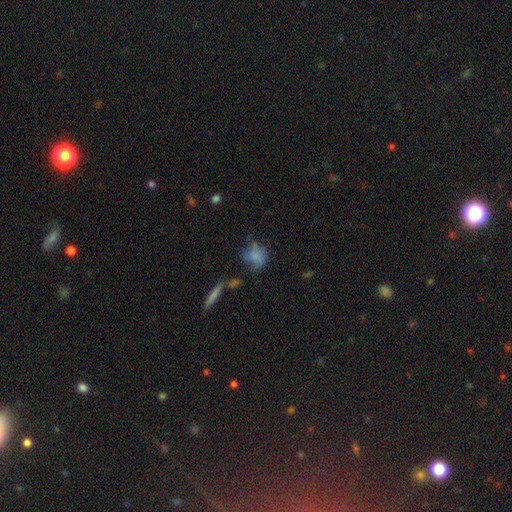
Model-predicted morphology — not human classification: This appears to be a smooth galaxy with no disk features (74%) that is round (64%). Merging: none (49%).